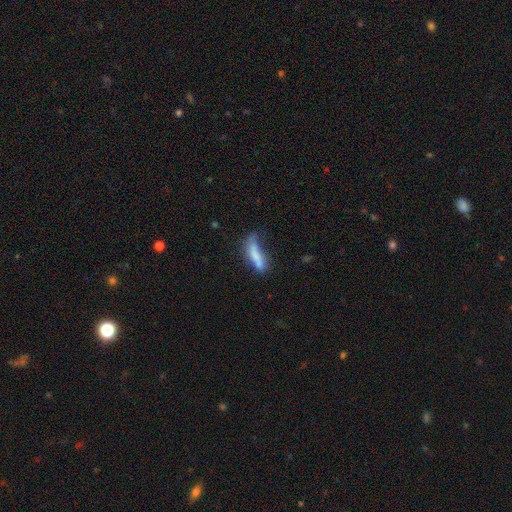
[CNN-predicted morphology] A smooth galaxy with no disk features (69%) that is cigar-shaped (64%). Merging: none (35%).